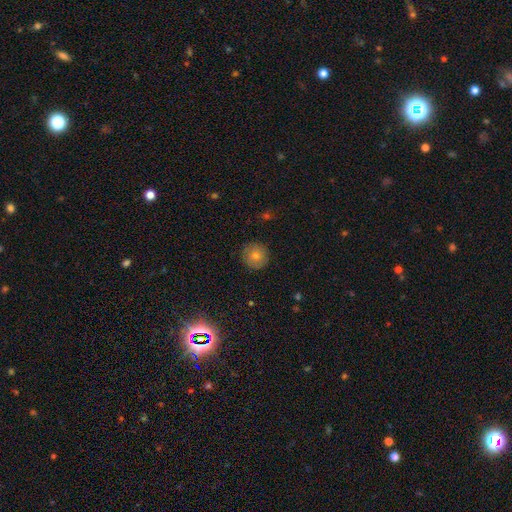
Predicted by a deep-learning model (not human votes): The model was most divided on "smooth or featured": smooth: 69%, featured or disk: 18%, star or artifact: 14%. More confident: how rounded — round (95%); merging — none (88%).